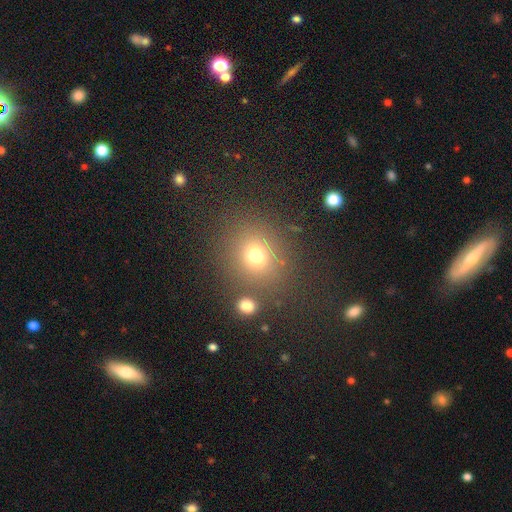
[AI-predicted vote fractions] A smooth galaxy with no disk features (71%) that is round (80%).

Vote fractions:
- Smooth or featured? smooth: 71% / star or artifact: 19% / featured or disk: 10%
- How rounded? round: 80% / in between: 19% / cigar-shaped: 1%
- Merging? none: 78% / minor disturbance: 9% / merger: 7% / major disturbance: 5%